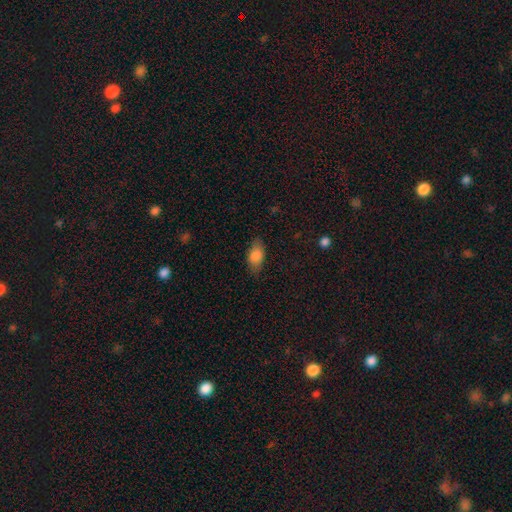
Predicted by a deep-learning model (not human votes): A smooth galaxy with no disk features (83%) that is in between round and cigar-shaped (88%).

Vote fractions:
- Smooth or featured? smooth: 83% / featured or disk: 9% / star or artifact: 8%
- How rounded? in between: 88% / cigar-shaped: 7% / round: 5%
- Merging? none: 79% / minor disturbance: 16% / major disturbance: 4% / merger: 1%